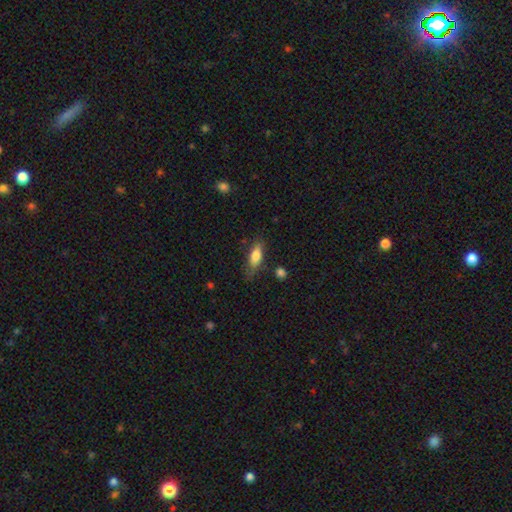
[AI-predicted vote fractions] smooth_or_featured: smooth (p=0.77) [alt: featured or disk p=0.16]
how_rounded: in between (p=0.69) [alt: cigar-shaped p=0.29]
merging: none (p=0.69) [alt: minor disturbance p=0.22]